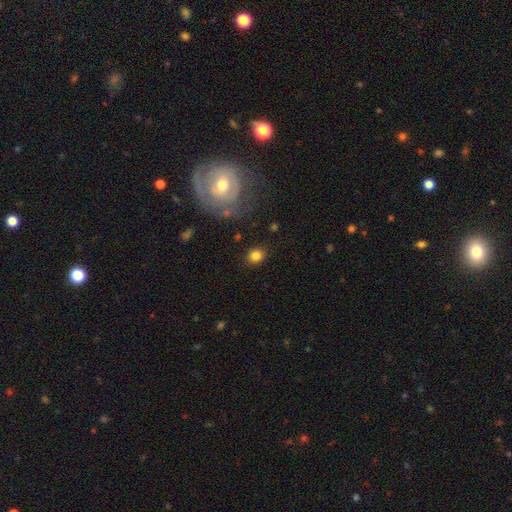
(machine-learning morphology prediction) type=smooth (83%); roundness=round (75%); merging=none (86%).